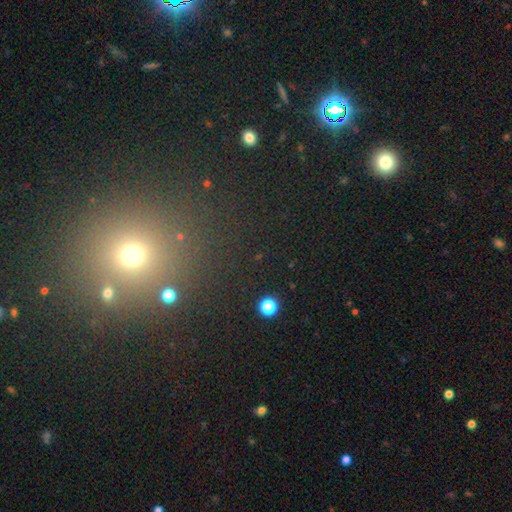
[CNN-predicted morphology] smooth_or_featured: star or artifact (p=0.50) [alt: smooth p=0.43]